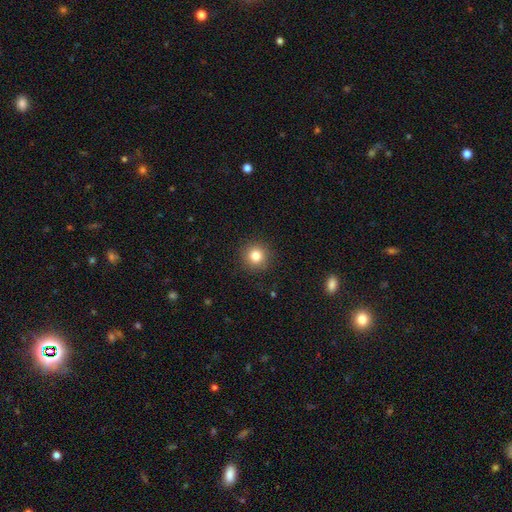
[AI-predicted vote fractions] This appears to be a smooth galaxy with no disk features (83%) that is round (94%). Merging: none (91%).